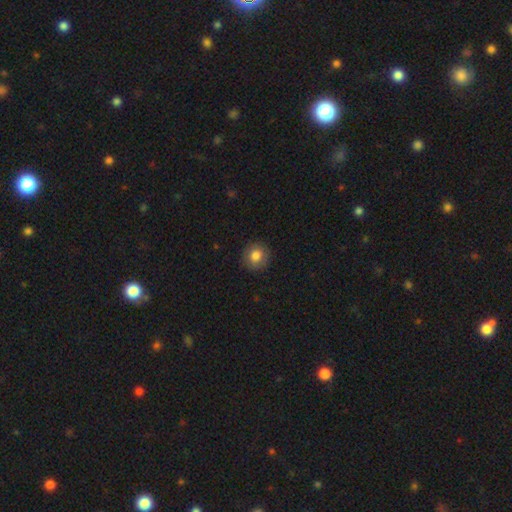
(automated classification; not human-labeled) A smooth galaxy with no disk features (83%) that is round (89%). Merging: none (89%).